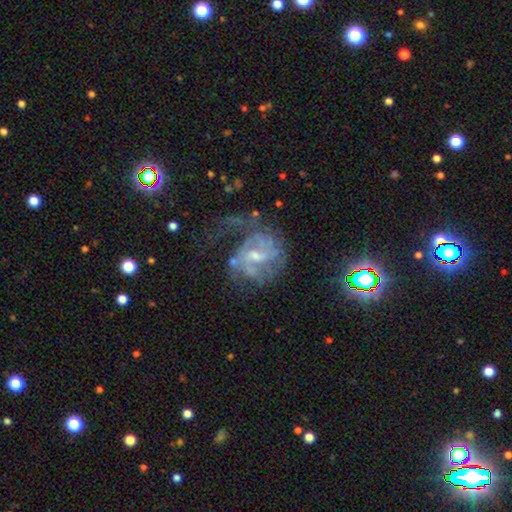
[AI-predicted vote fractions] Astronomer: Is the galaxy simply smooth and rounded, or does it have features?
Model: featured or disk — 78%.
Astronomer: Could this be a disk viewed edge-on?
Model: no — 97%.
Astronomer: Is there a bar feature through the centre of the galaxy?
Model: weak — 52% (runner-up: no, 36%).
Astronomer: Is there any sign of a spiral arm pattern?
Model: yes — 82%.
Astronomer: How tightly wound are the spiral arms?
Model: medium — 43% (runner-up: tight, 31%).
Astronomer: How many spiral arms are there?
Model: can't tell — 36% (runner-up: 2, 35%).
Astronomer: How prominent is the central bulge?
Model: small — 49% (runner-up: moderate, 39%).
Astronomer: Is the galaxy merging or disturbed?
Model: major disturbance — 38%, tied with none at 38%.